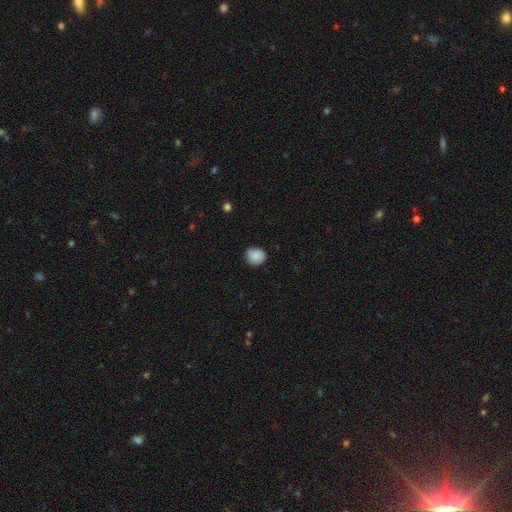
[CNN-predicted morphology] Smooth or featured?
  - smooth: 85% *
  - star or artifact: 8%
  - featured or disk: 7%
How rounded?
  - round: 82% *
  - in between: 17%
  - cigar-shaped: 1%
Merging?
  - none: 84% *
  - minor disturbance: 13%
  - major disturbance: 2%
  - merger: 1%